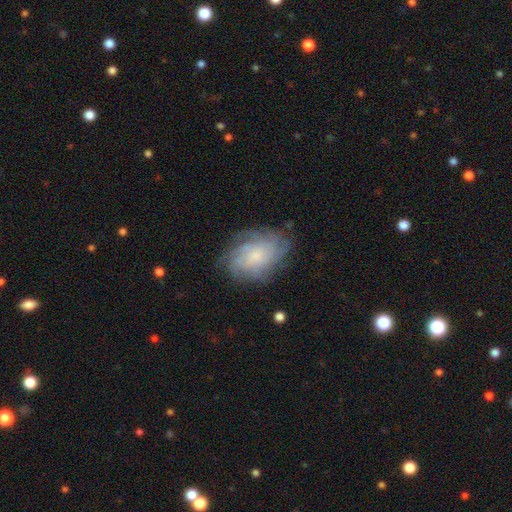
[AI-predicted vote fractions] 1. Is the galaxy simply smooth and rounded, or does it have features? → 65% featured or disk, 27% smooth, 9% star or artifact.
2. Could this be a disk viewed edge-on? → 96% no, 4% yes.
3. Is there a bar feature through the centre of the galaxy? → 73% no, 24% weak, 3% strong.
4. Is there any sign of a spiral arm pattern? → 88% yes, 12% no.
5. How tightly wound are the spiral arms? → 58% tight, 30% medium, 12% loose.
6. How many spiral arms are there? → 52% can't tell, 15% 4, 10% 3, 10% more than 4, 8% 2, 6% 1.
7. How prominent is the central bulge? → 45% small, 34% moderate, 13% none, 7% large, 2% dominant.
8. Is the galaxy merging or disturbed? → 71% none, 19% minor disturbance, 8% major disturbance, 1% merger.